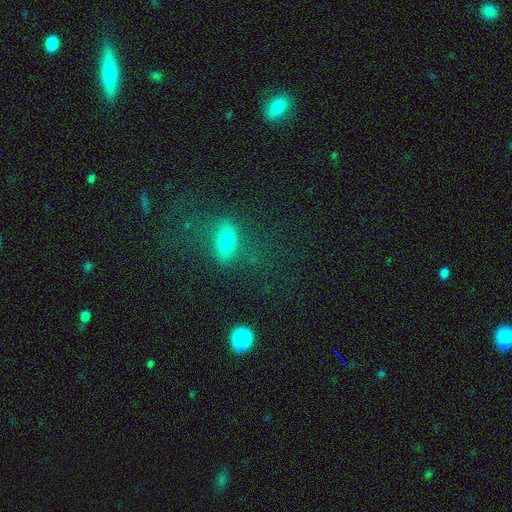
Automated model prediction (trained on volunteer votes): smooth 49%, featured or disk 27%, star or artifact 23%. Down the decision tree: merging — none (65%).